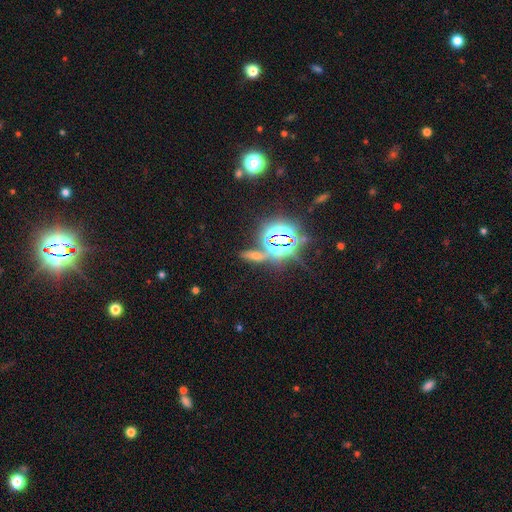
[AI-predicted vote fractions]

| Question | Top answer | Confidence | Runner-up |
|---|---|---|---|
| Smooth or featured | star or artifact | 55% | smooth (30%) |